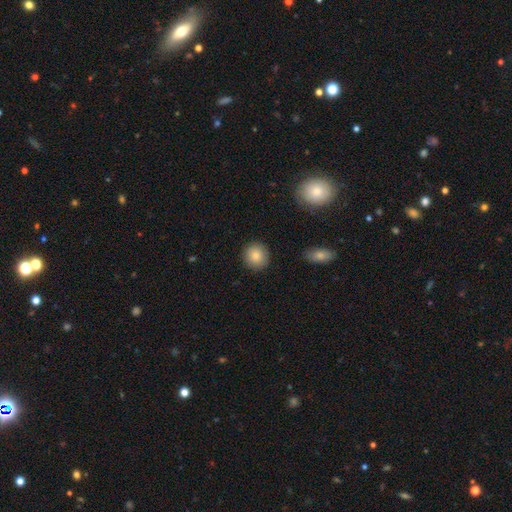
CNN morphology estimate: smooth-or-featured: smooth: 85% | star or artifact: 8% | featured or disk: 7%
  how-rounded: round: 92% | in between: 7% | cigar-shaped: 1%
  merging: none: 91% | minor disturbance: 6% | major disturbance: 2% | merger: 1%